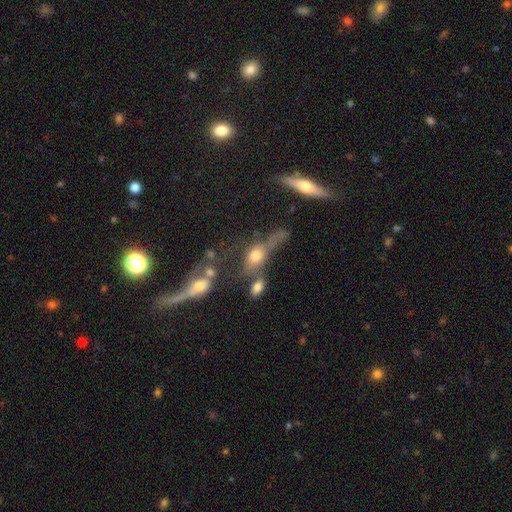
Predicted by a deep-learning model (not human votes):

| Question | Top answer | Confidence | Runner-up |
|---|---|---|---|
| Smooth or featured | smooth | 55% | featured or disk (30%) |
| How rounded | in between | 62% | round (24%) |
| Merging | merger | 37% | major disturbance (26%) |